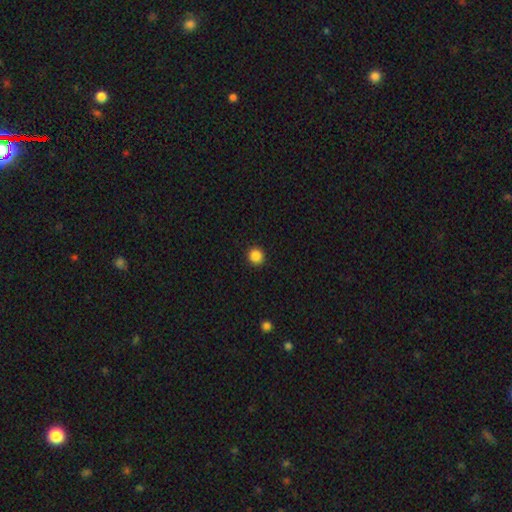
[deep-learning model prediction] Q: Smooth or featured?
A: smooth (87%); runner-up: star or artifact (10%)
Q: How rounded?
A: round (93%); runner-up: in between (6%)
Q: Merging?
A: none (92%); runner-up: minor disturbance (5%)